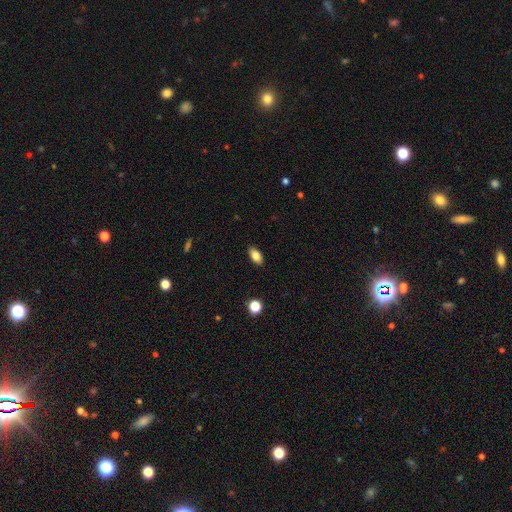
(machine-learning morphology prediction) smooth-or-featured: smooth: 82% | star or artifact: 9% | featured or disk: 9%
  how-rounded: in between: 91% | round: 5% | cigar-shaped: 4%
  merging: none: 89% | minor disturbance: 8% | major disturbance: 2% | merger: 1%